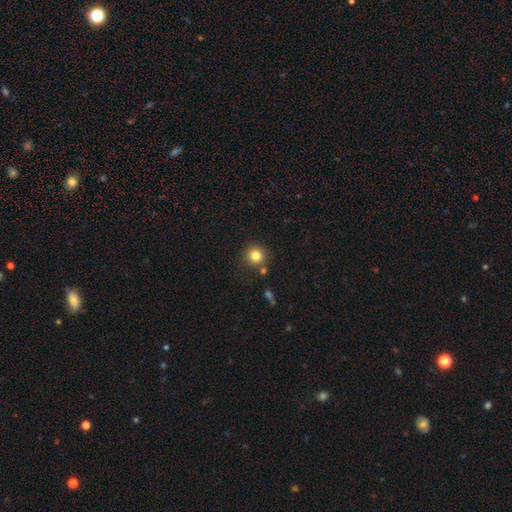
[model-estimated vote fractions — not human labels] The model was most divided on "smooth or featured": smooth: 82%, star or artifact: 11%, featured or disk: 7%. More confident: how rounded — round (93%); merging — none (80%).